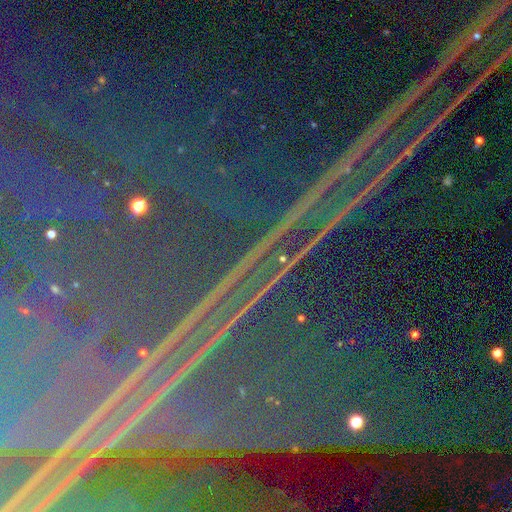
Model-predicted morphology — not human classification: A star or artifact, not a galaxy (91%).